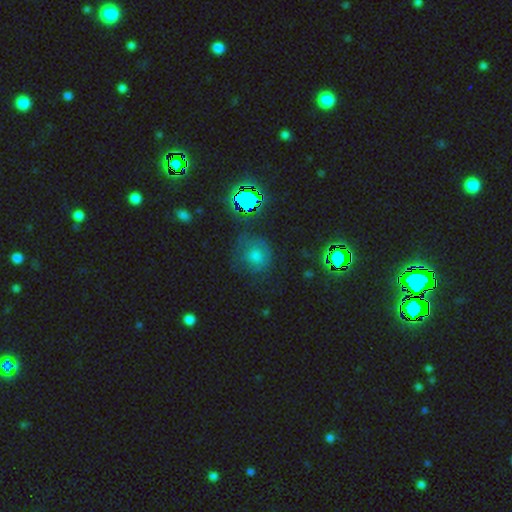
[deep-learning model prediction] Morphology: type=smooth (48%); merging=none (69%).